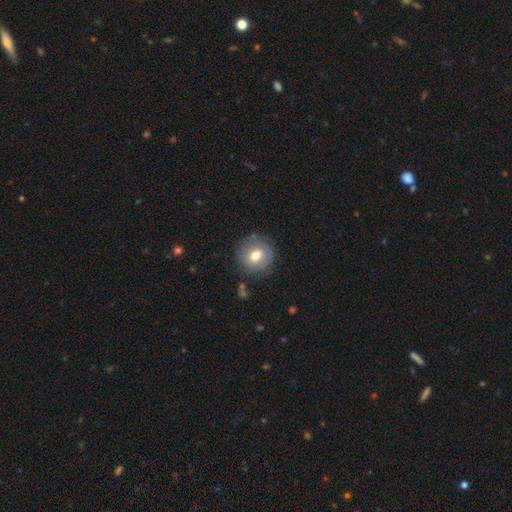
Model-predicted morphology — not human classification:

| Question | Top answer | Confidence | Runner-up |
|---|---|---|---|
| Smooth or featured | smooth | 66% | featured or disk (26%) |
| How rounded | round | 86% | in between (13%) |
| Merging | none | 79% | minor disturbance (15%) |